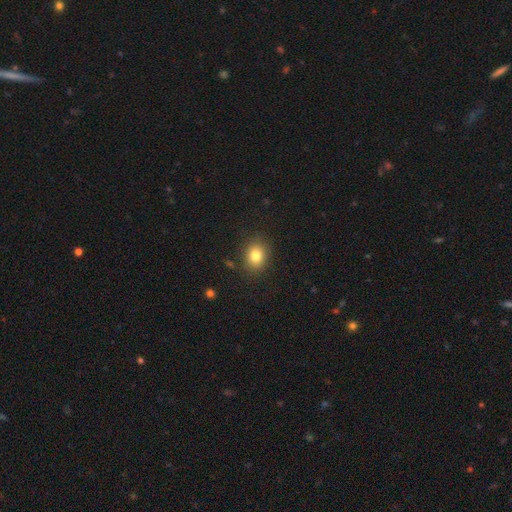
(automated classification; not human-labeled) Morphology: type=smooth (82%); roundness=round (51%); merging=none (86%).